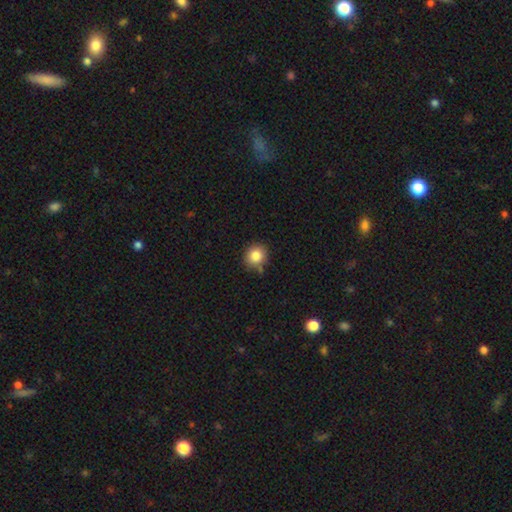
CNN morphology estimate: smooth-or-featured: smooth: 84% | star or artifact: 10% | featured or disk: 6%
  how-rounded: round: 84% | in between: 15% | cigar-shaped: 1%
  merging: none: 79% | minor disturbance: 13% | merger: 4% | major disturbance: 3%